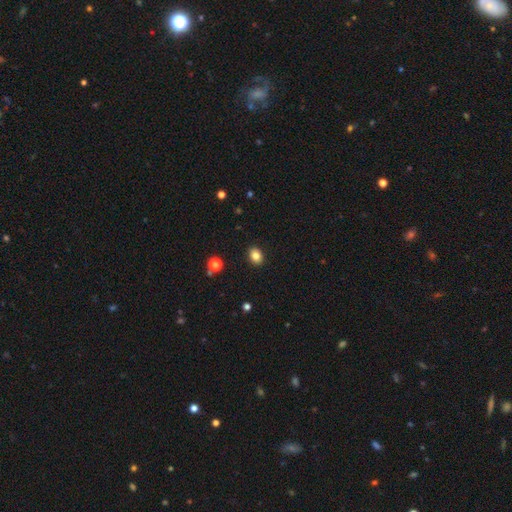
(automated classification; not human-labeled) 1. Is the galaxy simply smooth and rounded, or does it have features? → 83% smooth, 10% star or artifact, 6% featured or disk.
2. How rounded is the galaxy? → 57% in between, 42% round, 1% cigar-shaped.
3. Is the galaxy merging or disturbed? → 90% none, 7% minor disturbance, 2% major disturbance, 1% merger.